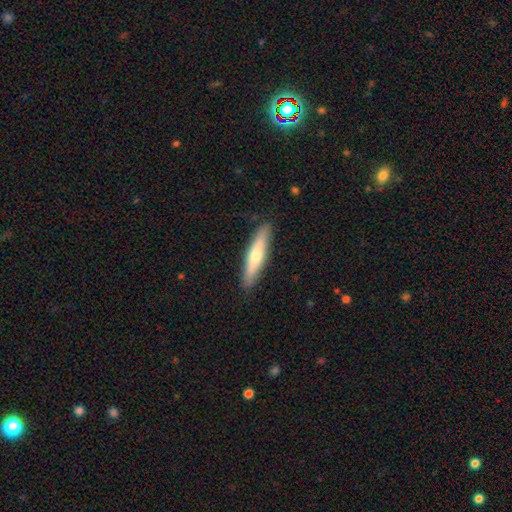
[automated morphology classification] smooth 54%, featured or disk 40%, star or artifact 5%. Down the decision tree: how rounded — cigar-shaped (85%); merging — none (89%).